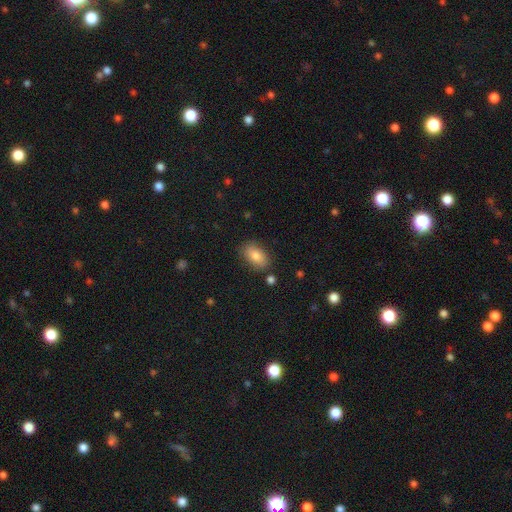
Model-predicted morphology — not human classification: This is clearly a smooth galaxy (81%). How rounded: clearly in between (90%). Merging: clearly none (81%).